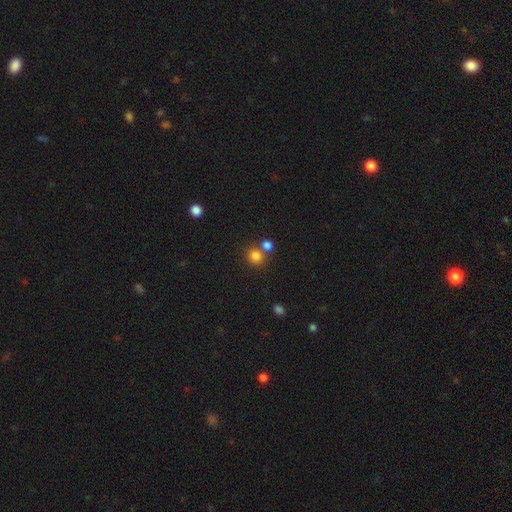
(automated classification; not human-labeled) Smooth or featured: smooth — 81% (star or artifact — 13%)
How rounded: round — 87% (in between — 12%)
Merging: none — 61% (merger — 29%)